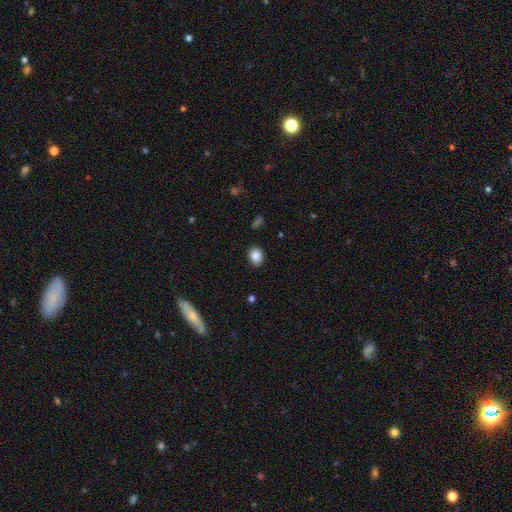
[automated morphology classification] smooth-or-featured: smooth: 87% | star or artifact: 9% | featured or disk: 4%
  how-rounded: in between: 52% | round: 47% | cigar-shaped: 1%
  merging: none: 88% | minor disturbance: 9% | major disturbance: 2% | merger: 1%